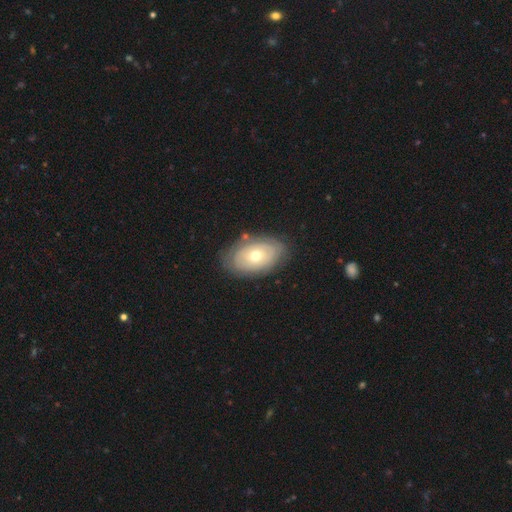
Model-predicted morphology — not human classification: Q: Smooth or featured?
A: featured or disk (59%); runner-up: smooth (36%)
Q: Edge-on disk?
A: no (93%); runner-up: yes (7%)
Q: Bar?
A: no (89%); runner-up: weak (8%)
Q: Spiral arms?
A: no (56%); runner-up: yes (44%)
Q: Bulge size?
A: moderate (67%); runner-up: small (28%)
Q: Merging?
A: none (78%); runner-up: minor disturbance (15%)